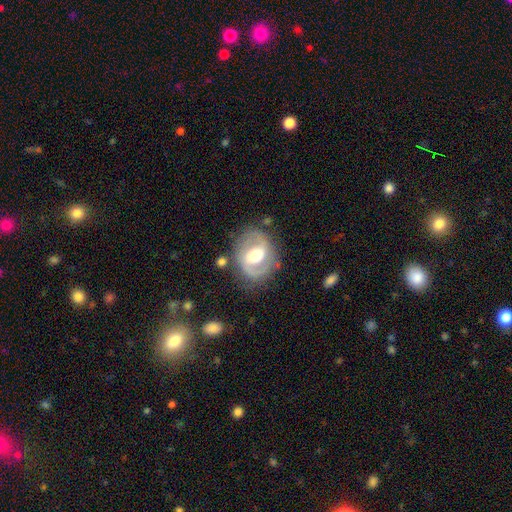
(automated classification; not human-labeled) featured or disk 77%, smooth 17%, star or artifact 6%. Down the decision tree: edge-on disk — no (97%); bar — weak (47%); spiral arms — yes (85%); spiral arm count — 2 (86%); spiral winding — medium (51%); bulge size — moderate (66%); merging — none (77%).